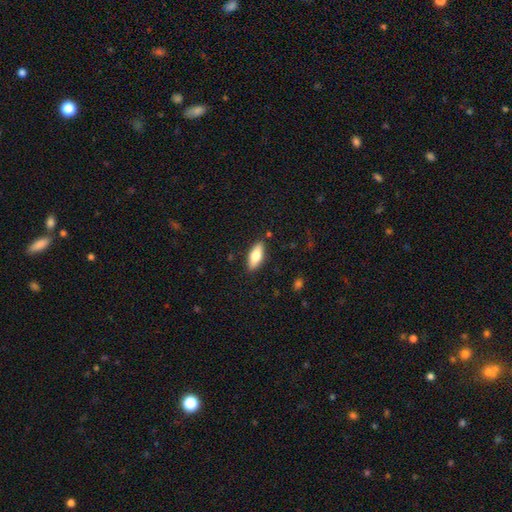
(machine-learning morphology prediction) A smooth galaxy with no disk features (71%) that is in between round and cigar-shaped (75%). Merging: none (87%).